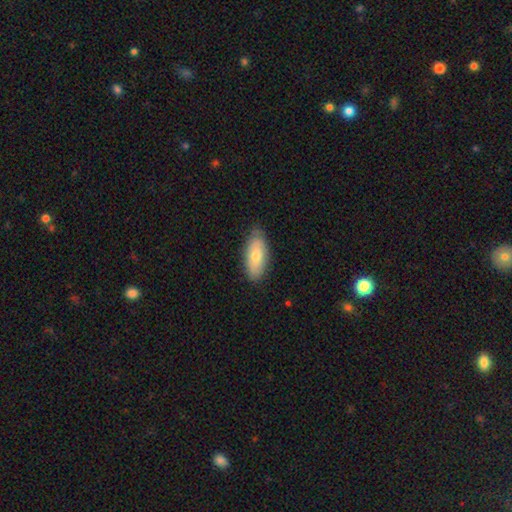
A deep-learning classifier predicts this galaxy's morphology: smooth_or_featured: smooth (p=0.73) [alt: featured or disk p=0.21]
how_rounded: in between (p=0.83) [alt: cigar-shaped p=0.14]
merging: none (p=0.78) [alt: minor disturbance p=0.17]